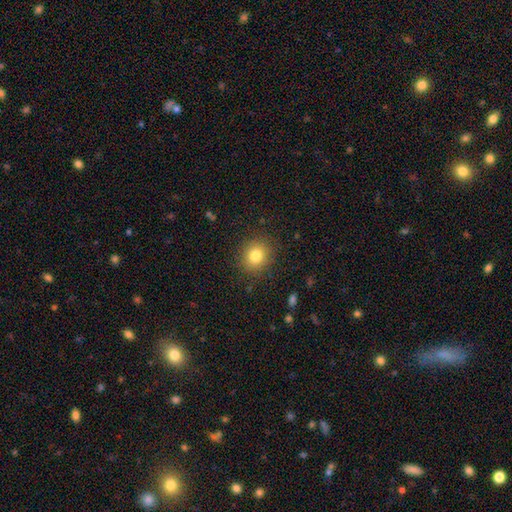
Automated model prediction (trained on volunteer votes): Smooth or featured? Predicted: smooth (p=0.81). How rounded? Predicted: round (p=0.80). Merging? Predicted: none (p=0.88).